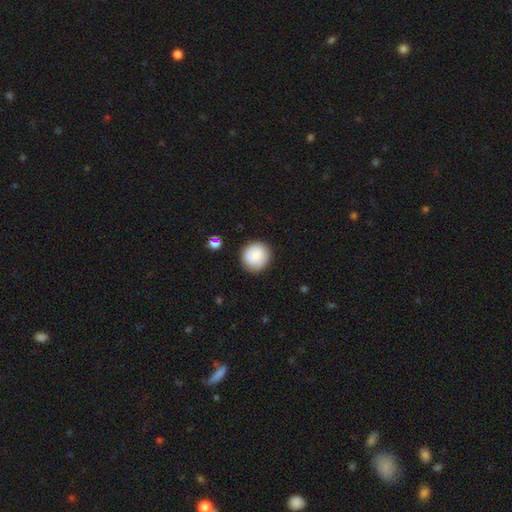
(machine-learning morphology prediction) Smooth or featured: smooth — 75% (featured or disk — 18%)
How rounded: round — 90% (in between — 9%)
Merging: none — 86% (minor disturbance — 10%)